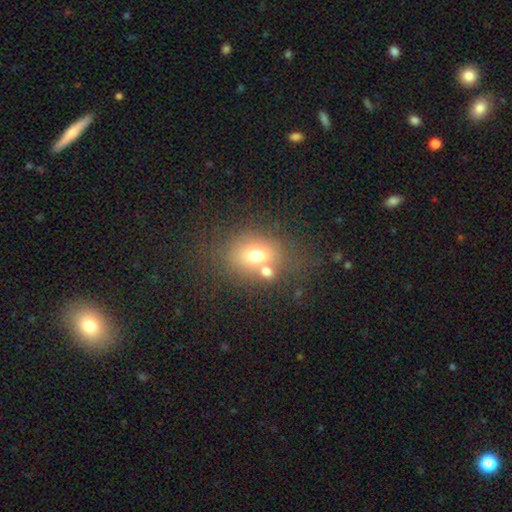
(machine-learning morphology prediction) A smooth galaxy with no disk features (67%) that is in between round and cigar-shaped (56%).

Vote fractions:
- Smooth or featured? smooth: 67% / featured or disk: 19% / star or artifact: 14%
- How rounded? in between: 56% / round: 43% / cigar-shaped: 1%
- Merging? none: 49% / merger: 31% / minor disturbance: 13% / major disturbance: 7%